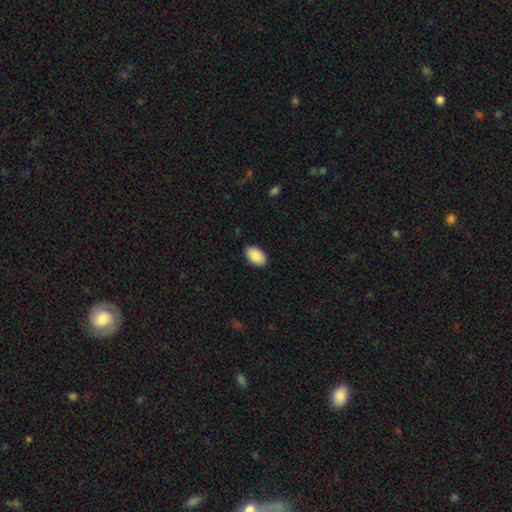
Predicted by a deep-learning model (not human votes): A smooth galaxy with no disk features (89%) that is in between round and cigar-shaped (93%).

Vote fractions:
- Smooth or featured? smooth: 89% / star or artifact: 6% / featured or disk: 4%
- How rounded? in between: 93% / round: 6% / cigar-shaped: 1%
- Merging? none: 87% / minor disturbance: 10% / major disturbance: 2% / merger: 1%